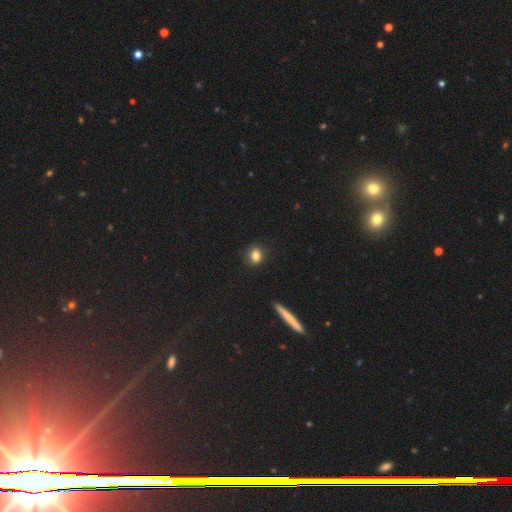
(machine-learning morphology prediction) Smooth or featured: smooth — 82% (star or artifact — 11%)
How rounded: round — 58% (in between — 39%)
Merging: none — 85% (minor disturbance — 11%)